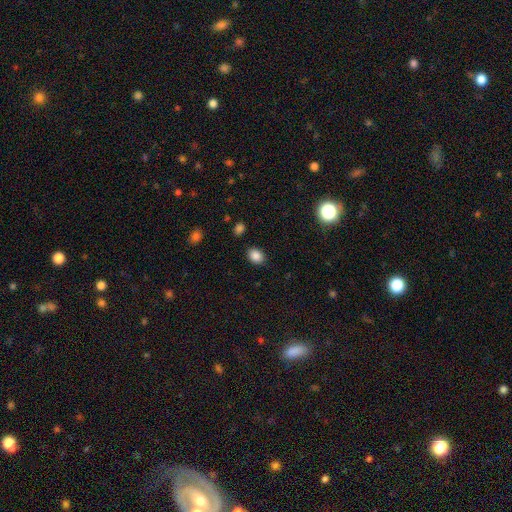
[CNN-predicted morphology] Q: Smooth or featured?
A: smooth (86%); runner-up: star or artifact (10%)
Q: How rounded?
A: in between (65%); runner-up: round (34%)
Q: Merging?
A: none (87%); runner-up: minor disturbance (9%)